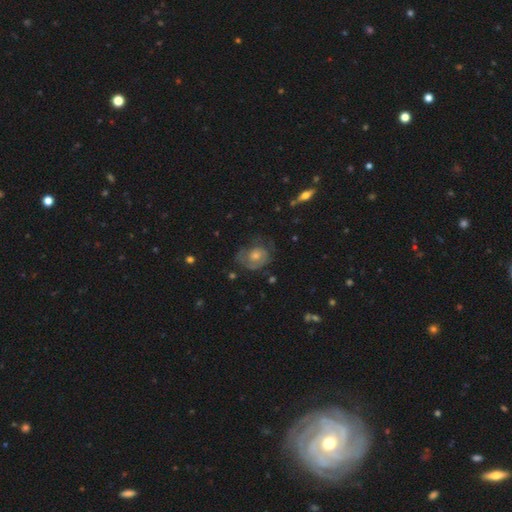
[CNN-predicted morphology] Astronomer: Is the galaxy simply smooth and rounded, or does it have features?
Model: featured or disk — 52% (runner-up: smooth, 39%).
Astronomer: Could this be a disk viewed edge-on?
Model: no — 96%.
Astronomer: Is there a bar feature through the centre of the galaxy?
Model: no — 82%.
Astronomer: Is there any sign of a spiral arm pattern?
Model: yes — 61% (runner-up: no, 39%).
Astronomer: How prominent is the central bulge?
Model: moderate — 54% (runner-up: small, 35%).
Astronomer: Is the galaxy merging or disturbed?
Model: none — 49% (runner-up: minor disturbance, 26%).